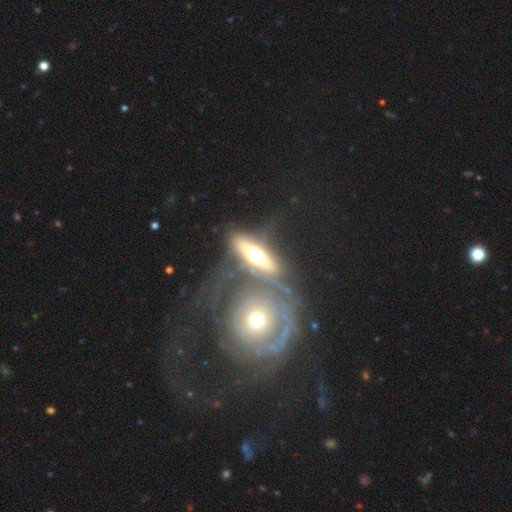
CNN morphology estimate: Smooth or featured? featured or disk (56%)
Edge-on disk? yes (60%)
Merging? none (45%)